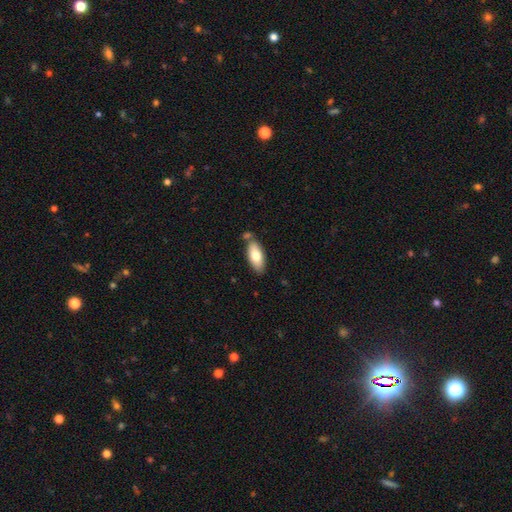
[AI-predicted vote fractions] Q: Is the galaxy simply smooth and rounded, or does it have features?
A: smooth — 74%.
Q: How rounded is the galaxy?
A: in between — 87%.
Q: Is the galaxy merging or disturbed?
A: none — 71%.